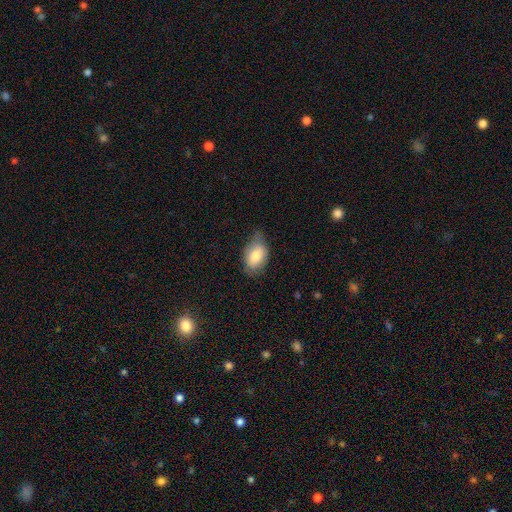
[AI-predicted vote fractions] Overall: smooth (76%). How rounded: in between (86%). Merging: none (56%; minor disturbance 34%).